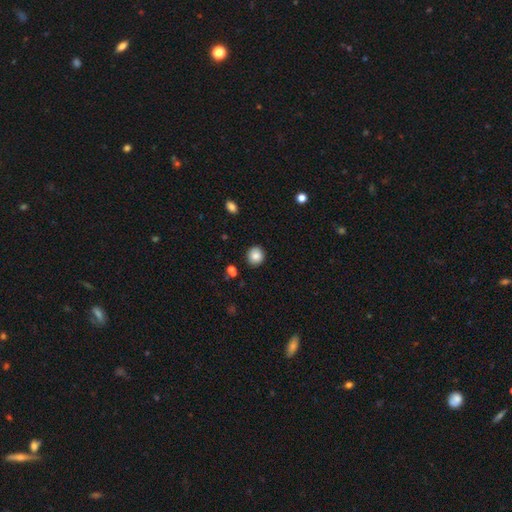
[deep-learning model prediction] Smooth or featured? smooth (85%)
How rounded? round (85%)
Merging? none (89%)